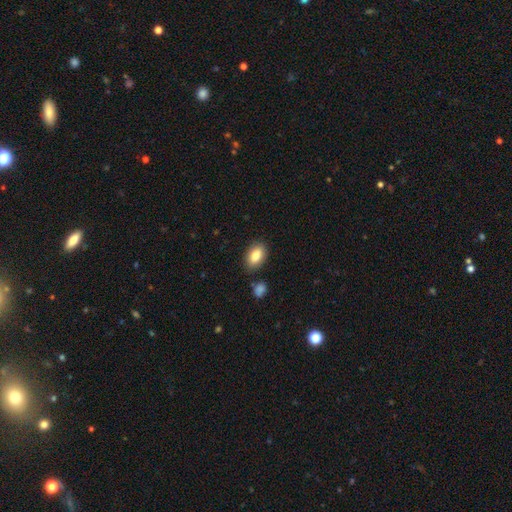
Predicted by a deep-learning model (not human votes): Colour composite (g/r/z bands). It shows a smooth galaxy with no disk features (85%) that is in between round and cigar-shaped (90%). Merging: none (84%).